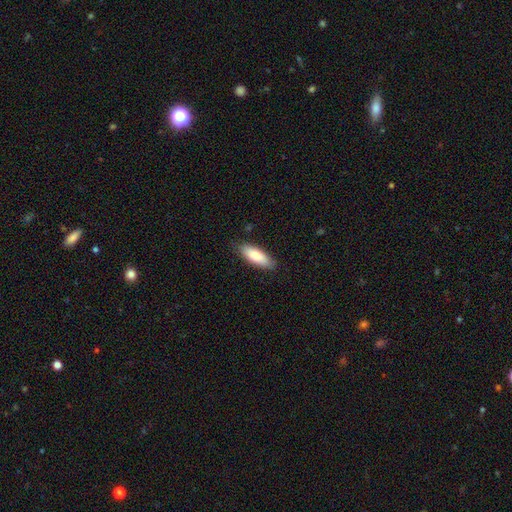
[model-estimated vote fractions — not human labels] smooth 84%, featured or disk 10%, star or artifact 6%. Down the decision tree: how rounded — in between (67%); merging — none (85%).